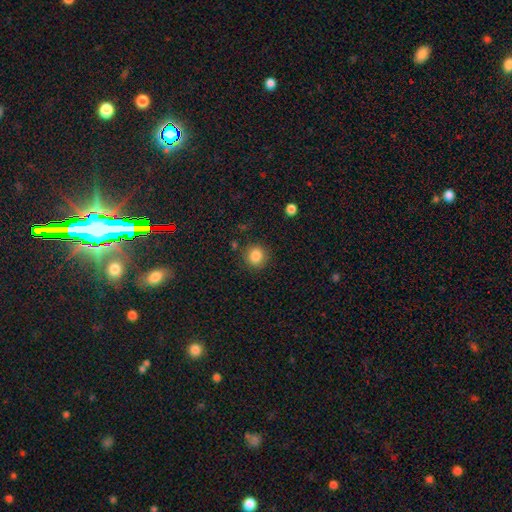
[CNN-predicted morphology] smooth_or_featured: smooth (p=0.85) [alt: star or artifact p=0.10]
how_rounded: round (p=0.90) [alt: in between p=0.09]
merging: none (p=0.88) [alt: minor disturbance p=0.08]